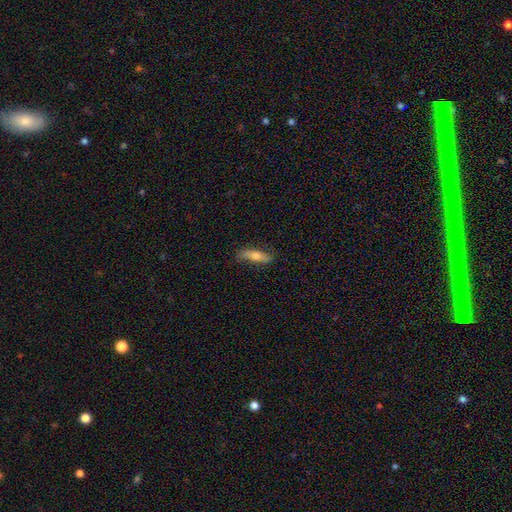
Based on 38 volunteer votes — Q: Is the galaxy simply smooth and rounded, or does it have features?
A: smooth — 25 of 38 (66%).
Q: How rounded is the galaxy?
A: cigar-shaped — 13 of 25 (52%).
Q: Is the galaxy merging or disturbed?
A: none — 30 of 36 (83%).